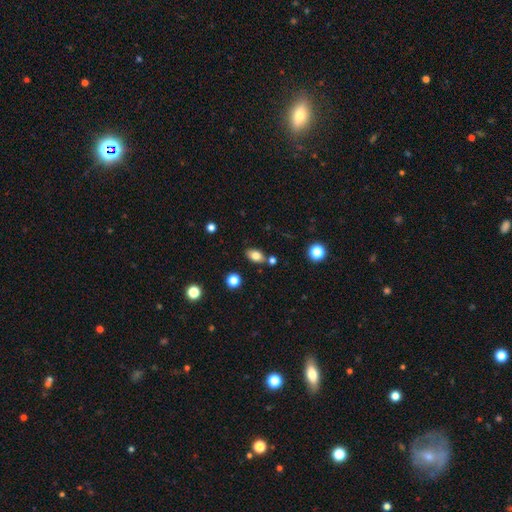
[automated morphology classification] A smooth galaxy with no disk features (80%) that is in between round and cigar-shaped (85%).

Vote fractions:
- Smooth or featured? smooth: 80% / star or artifact: 10% / featured or disk: 10%
- How rounded? in between: 85% / round: 13% / cigar-shaped: 2%
- Merging? none: 77% / minor disturbance: 12% / merger: 9% / major disturbance: 3%